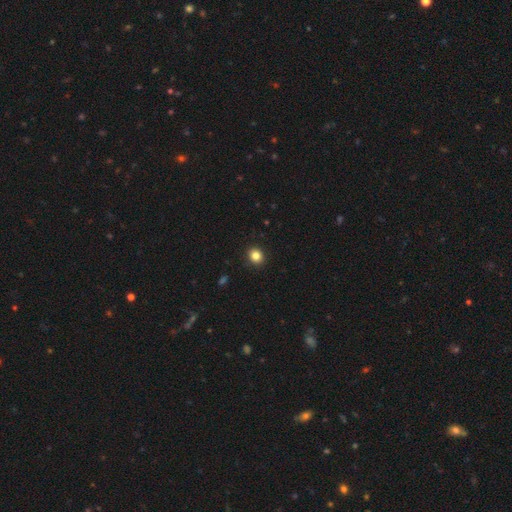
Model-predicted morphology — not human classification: Overall: smooth (84%). How rounded: round (79%). Merging: none (92%).